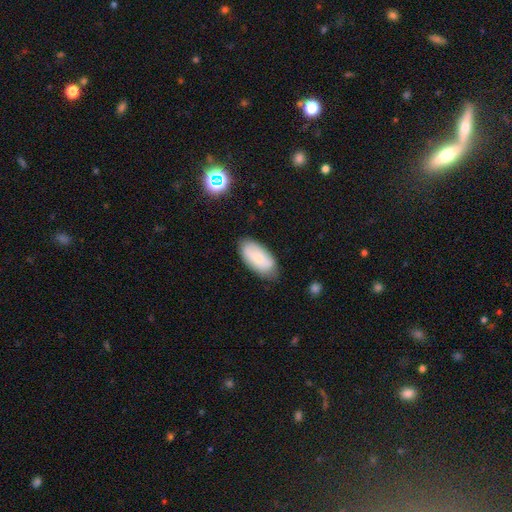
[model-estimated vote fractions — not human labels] Smooth or featured? smooth (72%)
How rounded? in between (92%)
Merging? none (76%)